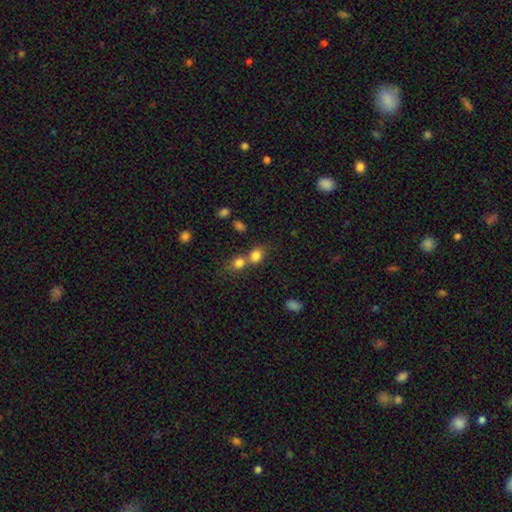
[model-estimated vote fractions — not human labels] Smooth or featured: smooth — 80% (star or artifact — 12%)
How rounded: round — 63% (in between — 36%)
Merging: merger — 48% (none — 41%)